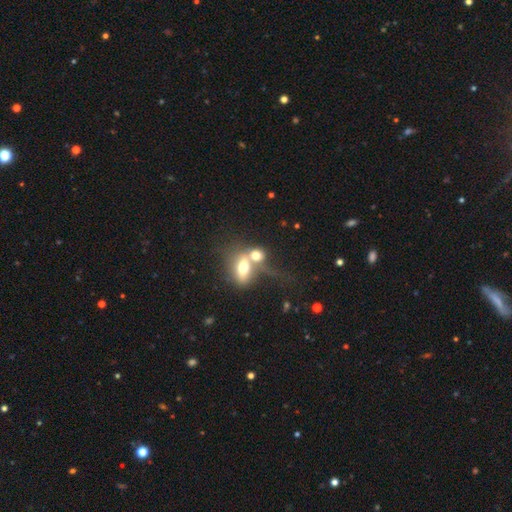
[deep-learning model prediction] Smooth or featured? Predicted: smooth (p=0.63). How rounded? Predicted: in between (p=0.62). Merging? Predicted: merger (p=0.67).